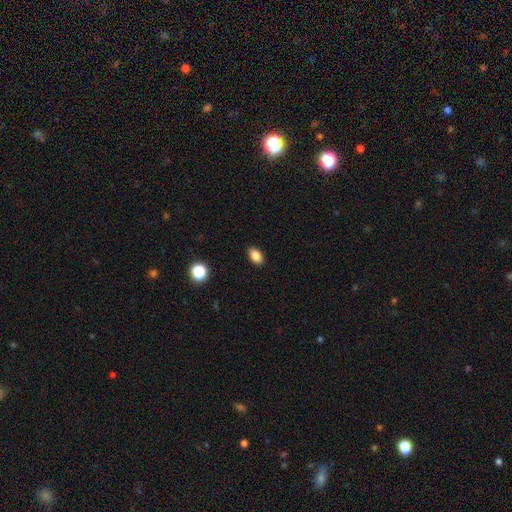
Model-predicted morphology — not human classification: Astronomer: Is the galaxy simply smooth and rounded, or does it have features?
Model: smooth — 85%.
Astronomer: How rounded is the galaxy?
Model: in between — 87%.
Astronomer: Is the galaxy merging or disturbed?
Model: none — 89%.